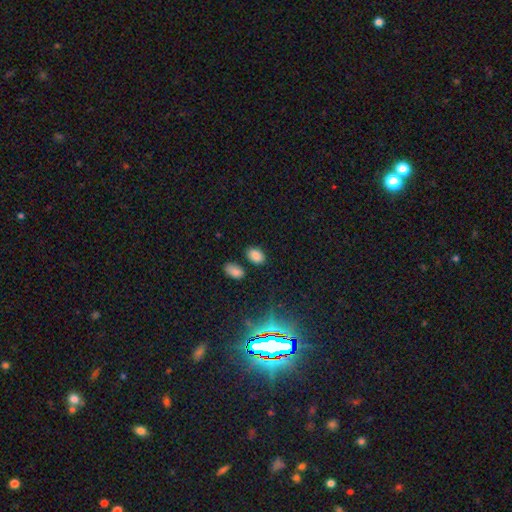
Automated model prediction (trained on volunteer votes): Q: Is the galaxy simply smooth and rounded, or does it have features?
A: smooth — 81%.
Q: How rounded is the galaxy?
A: in between — 84%.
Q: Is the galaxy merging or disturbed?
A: none — 77%.